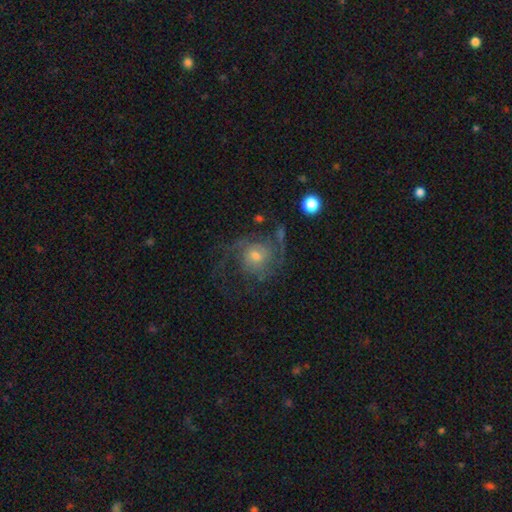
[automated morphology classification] Smooth or featured?
  - featured or disk: 74% *
  - smooth: 18%
  - star or artifact: 8%
Edge-on disk?
  - no: 97% *
  - yes: 3%
Bar?
  - no: 70% *
  - weak: 26%
  - strong: 4%
Spiral arms?
  - yes: 89% *
  - no: 11%
Spiral winding?
  - medium: 44% *
  - tight: 30%
  - loose: 26%
Spiral arm count?
  - 2: 37% *
  - can't tell: 25%
  - 3: 18%
  - 1: 8%
  - 4: 6%
  - more than 4: 5%
Bulge size?
  - moderate: 47% *
  - small: 45%
  - large: 4%
  - none: 2%
  - dominant: 1%
Merging?
  - none: 48% *
  - major disturbance: 30%
  - minor disturbance: 18%
  - merger: 3%